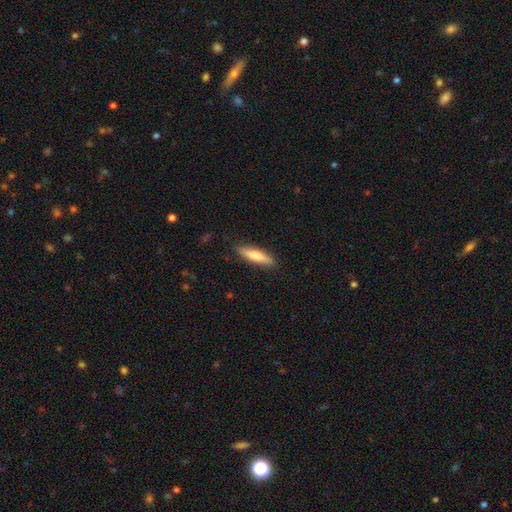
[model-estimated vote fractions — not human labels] Overall: smooth (69%). How rounded: cigar-shaped (77%). Merging: none (86%).